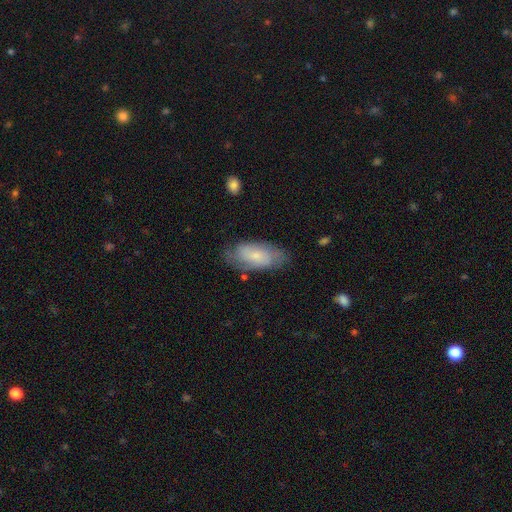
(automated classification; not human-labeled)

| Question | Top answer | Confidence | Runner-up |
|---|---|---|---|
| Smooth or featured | smooth | 48% | featured or disk (45%) |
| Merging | none | 71% | minor disturbance (21%) |